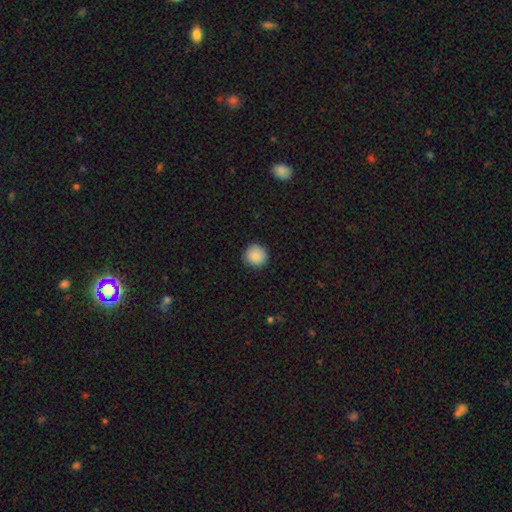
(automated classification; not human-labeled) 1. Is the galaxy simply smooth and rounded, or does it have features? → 89% smooth, 8% star or artifact, 3% featured or disk.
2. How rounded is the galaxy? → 94% round, 5% in between, 1% cigar-shaped.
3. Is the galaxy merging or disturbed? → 91% none, 7% minor disturbance, 2% major disturbance, 1% merger.